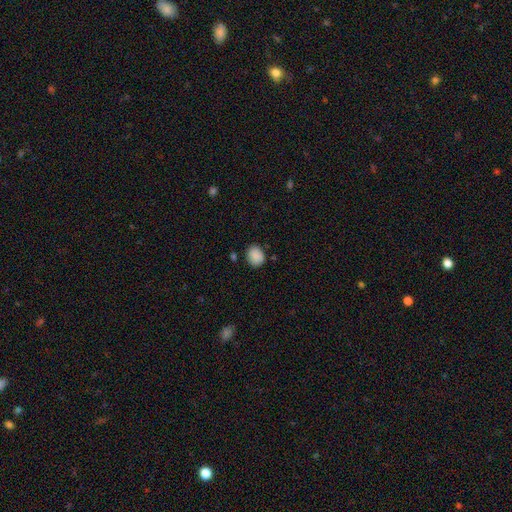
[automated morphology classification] type=smooth (88%); roundness=round (59%); merging=none (80%).